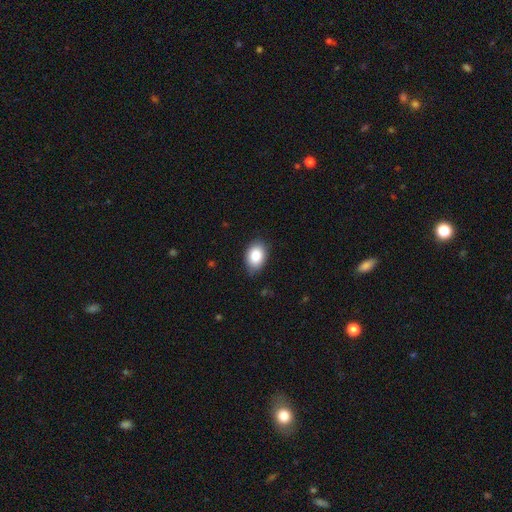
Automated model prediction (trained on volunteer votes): Smooth or featured? Predicted: smooth (p=0.87). How rounded? Predicted: in between (p=0.82). Merging? Predicted: none (p=0.80).